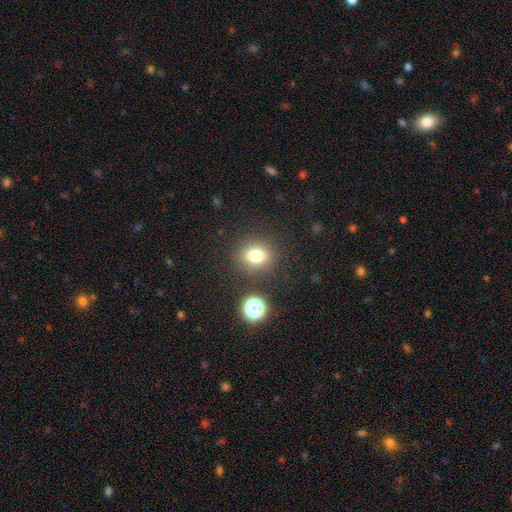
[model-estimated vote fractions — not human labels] Smooth or featured? smooth (76%)
How rounded? round (65%)
Merging? none (84%)